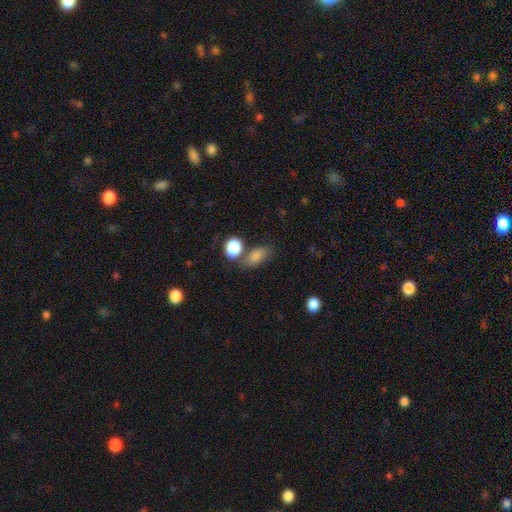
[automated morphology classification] A smooth galaxy with no disk features (80%) that is in between round and cigar-shaped (79%).

Vote fractions:
- Smooth or featured? smooth: 80% / star or artifact: 11% / featured or disk: 9%
- How rounded? in between: 79% / round: 16% / cigar-shaped: 5%
- Merging? none: 57% / minor disturbance: 18% / merger: 18% / major disturbance: 7%